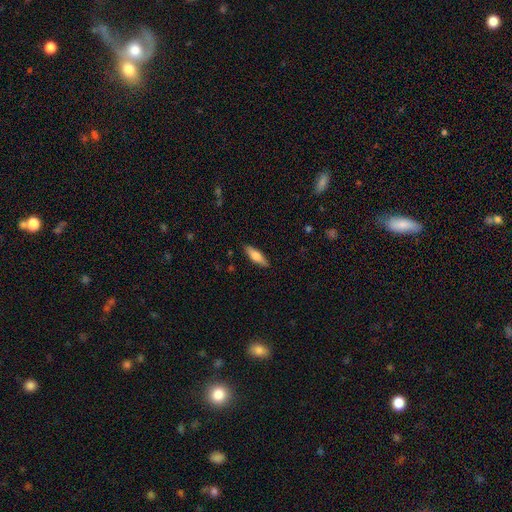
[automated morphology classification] smooth-or-featured: smooth: 68% | featured or disk: 26% | star or artifact: 6%
  how-rounded: cigar-shaped: 50% | in between: 48% | round: 2%
  merging: none: 88% | minor disturbance: 9% | major disturbance: 2% | merger: 1%